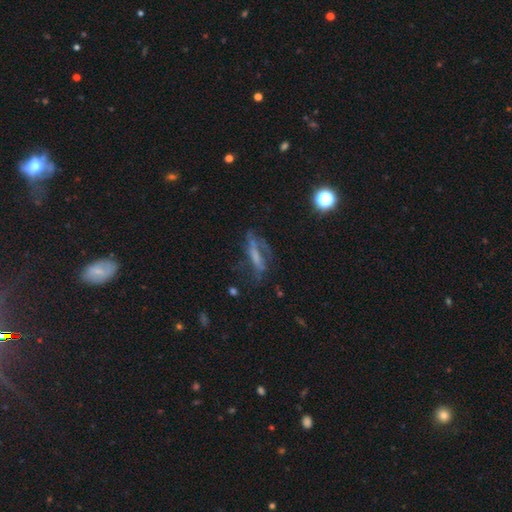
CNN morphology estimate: Smooth or featured? featured or disk (51%)
Edge-on disk? no (70%)
Merging? none (43%)